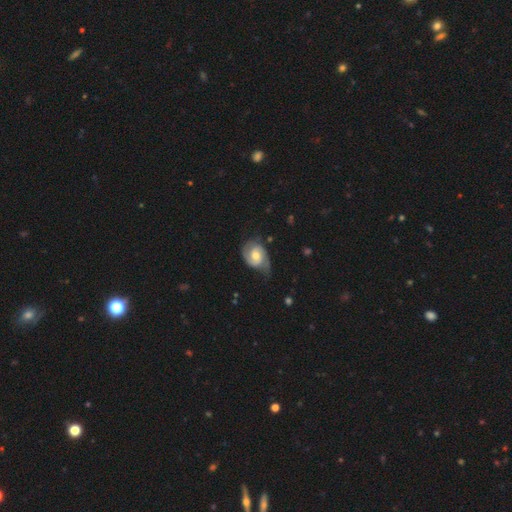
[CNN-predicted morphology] A featured or disk galaxy (74%) with no bar (54%), 2 (82%) medium (44%) spiral arms (93%) and a moderate central bulge (64%).

Vote fractions:
- Smooth or featured? featured or disk: 74% / smooth: 20% / star or artifact: 6%
- Edge-on disk? no: 97% / yes: 3%
- Bar? no: 54% / weak: 38% / strong: 8%
- Spiral arms? yes: 93% / no: 7%
- Spiral winding? medium: 44% / tight: 39% / loose: 18%
- Spiral arm count? 2: 82% / can't tell: 8% / 1: 6% / 3: 2% / 4: 1% / more than 4: 1%
- Bulge size? moderate: 64% / small: 25% / large: 8% / none: 2% / dominant: 1%
- Merging? none: 53% / minor disturbance: 31% / major disturbance: 14% / merger: 2%